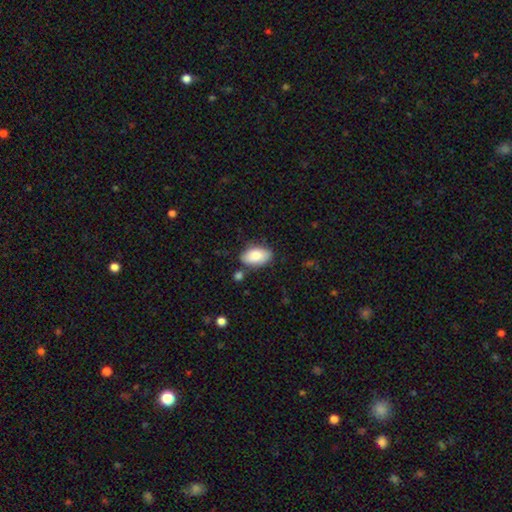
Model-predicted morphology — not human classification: type=smooth (86%); roundness=in between (94%); merging=none (76%).